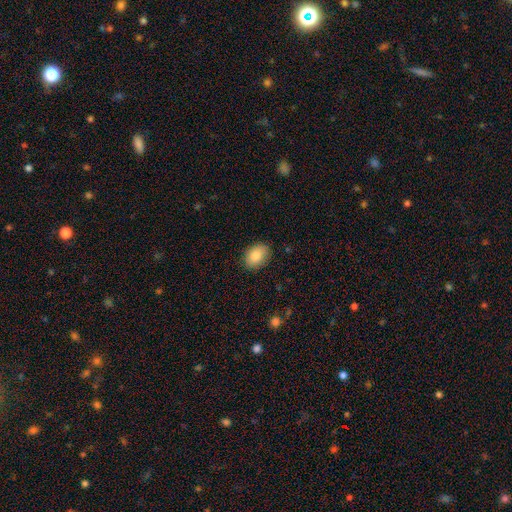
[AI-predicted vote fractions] Smooth or featured?
  - smooth: 85% *
  - featured or disk: 8%
  - star or artifact: 7%
How rounded?
  - in between: 77% *
  - round: 22%
  - cigar-shaped: 1%
Merging?
  - none: 87% *
  - minor disturbance: 10%
  - major disturbance: 2%
  - merger: 1%